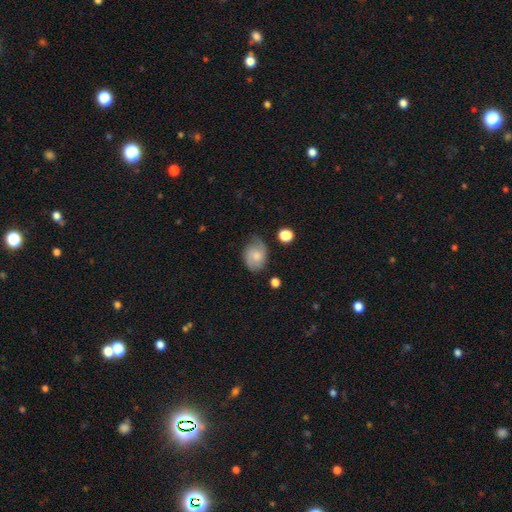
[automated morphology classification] smooth-or-featured: smooth: 61% | featured or disk: 30% | star or artifact: 8%
  how-rounded: in between: 63% | round: 36% | cigar-shaped: 1%
  merging: none: 58% | minor disturbance: 31% | major disturbance: 9% | merger: 3%